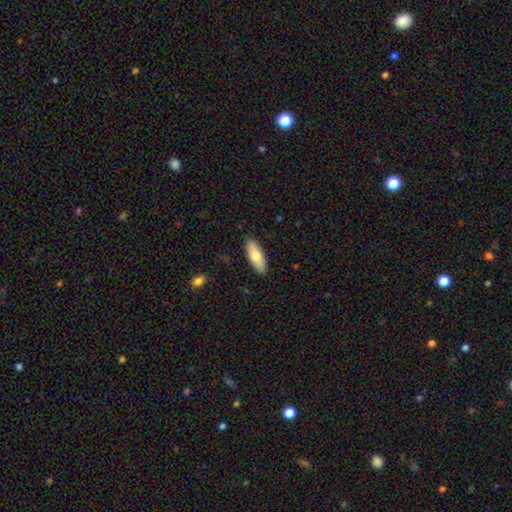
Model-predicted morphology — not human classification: Q: Smooth or featured?
A: smooth (72%); runner-up: featured or disk (22%)
Q: How rounded?
A: in between (67%); runner-up: cigar-shaped (31%)
Q: Merging?
A: none (88%); runner-up: minor disturbance (9%)